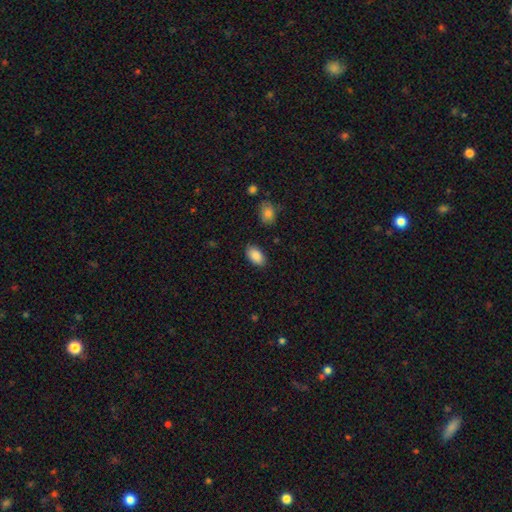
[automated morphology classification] This is clearly a smooth galaxy (89%). How rounded: clearly in between (92%). Merging: clearly none (86%).